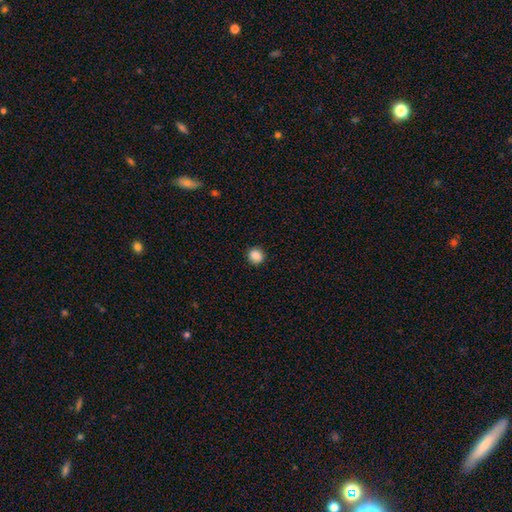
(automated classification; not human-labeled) smooth-or-featured: smooth: 88% | star or artifact: 10% | featured or disk: 2%
  how-rounded: round: 89% | in between: 10% | cigar-shaped: 1%
  merging: none: 90% | minor disturbance: 7% | major disturbance: 2% | merger: 1%